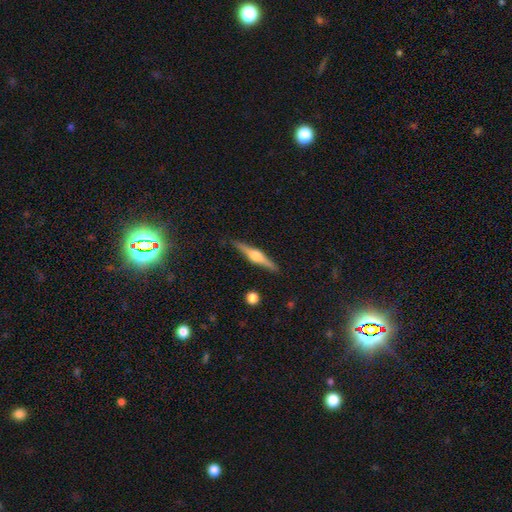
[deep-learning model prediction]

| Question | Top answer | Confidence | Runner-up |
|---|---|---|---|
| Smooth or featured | featured or disk | 76% | smooth (18%) |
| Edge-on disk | yes | 98% | no (2%) |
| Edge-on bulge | rounded | 91% | boxy (6%) |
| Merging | none | 89% | minor disturbance (8%) |